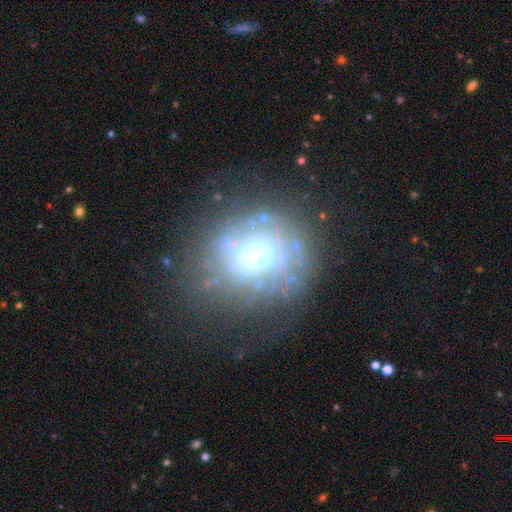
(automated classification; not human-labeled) This appears to be a featured or disk galaxy (53%) with no bar (79%), no spiral arms (78%) and a moderate central bulge (45%). Merging: none (59%).